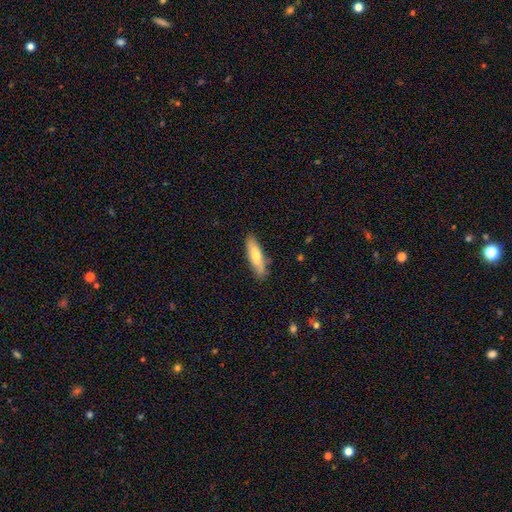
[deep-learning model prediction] smooth_or_featured: smooth (p=0.72) [alt: featured or disk p=0.23]
how_rounded: cigar-shaped (p=0.59) [alt: in between p=0.39]
merging: none (p=0.81) [alt: minor disturbance p=0.14]